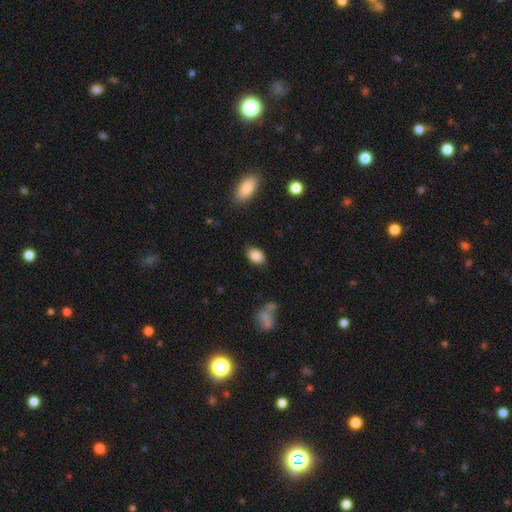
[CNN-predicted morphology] smooth_or_featured: smooth (p=0.87) [alt: star or artifact p=0.08]
how_rounded: in between (p=0.87) [alt: round p=0.11]
merging: none (p=0.83) [alt: minor disturbance p=0.13]